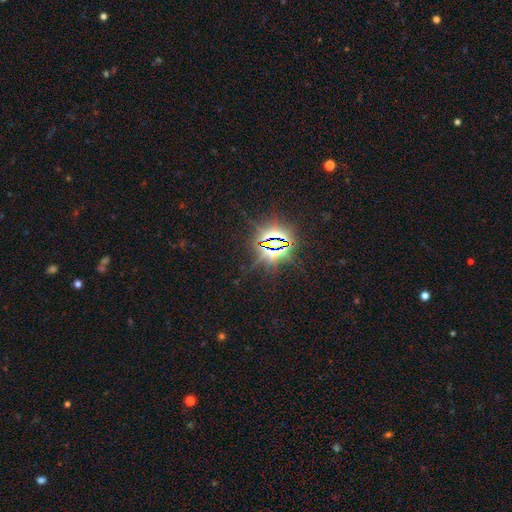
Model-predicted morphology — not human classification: This is clearly a star or artifact rather than a galaxy (85%).